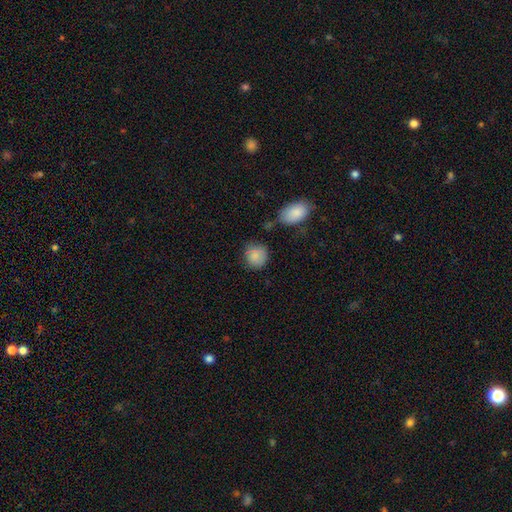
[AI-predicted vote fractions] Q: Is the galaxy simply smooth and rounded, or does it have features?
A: smooth — 86%.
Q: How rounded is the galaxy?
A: round — 82%.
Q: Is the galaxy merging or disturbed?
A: none — 74%.